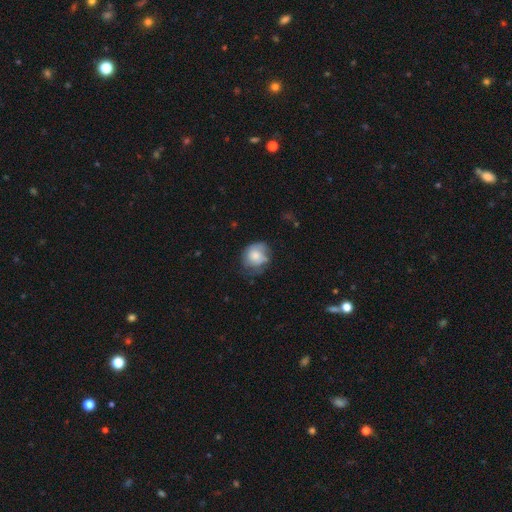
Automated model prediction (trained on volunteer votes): This appears to be a smooth galaxy with no disk features (65%) that is round (71%). Merging: none (52%).